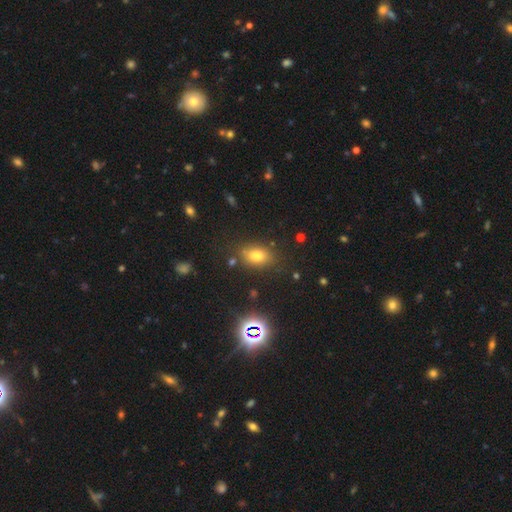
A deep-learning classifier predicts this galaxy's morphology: smooth 74%, star or artifact 16%, featured or disk 10%. Down the decision tree: how rounded — in between (79%); merging — none (78%).